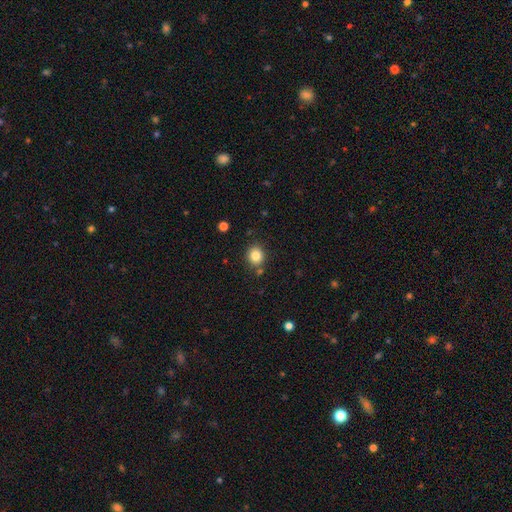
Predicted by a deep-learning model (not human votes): Smooth or featured? Predicted: smooth (p=0.84). How rounded? Predicted: round (p=0.80). Merging? Predicted: none (p=0.83).